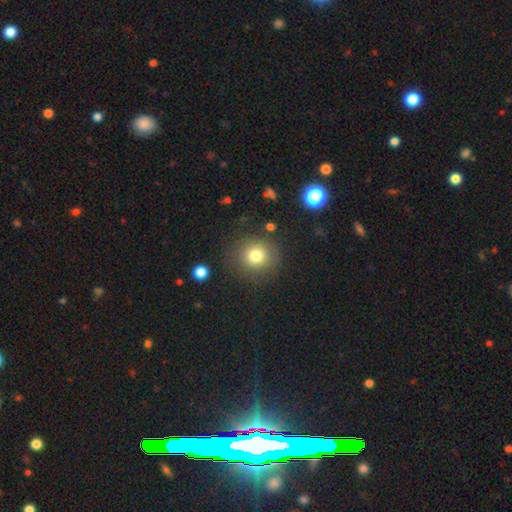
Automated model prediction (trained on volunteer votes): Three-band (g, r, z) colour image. It shows a smooth galaxy with no disk features (79%) that is round (88%). Merging: none (85%).